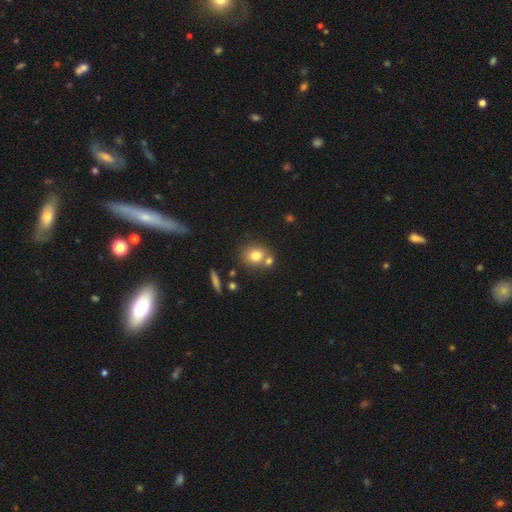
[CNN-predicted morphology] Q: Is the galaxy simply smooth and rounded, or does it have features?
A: smooth — 77%.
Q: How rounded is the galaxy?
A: round — 76%.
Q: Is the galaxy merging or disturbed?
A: none — 58%.